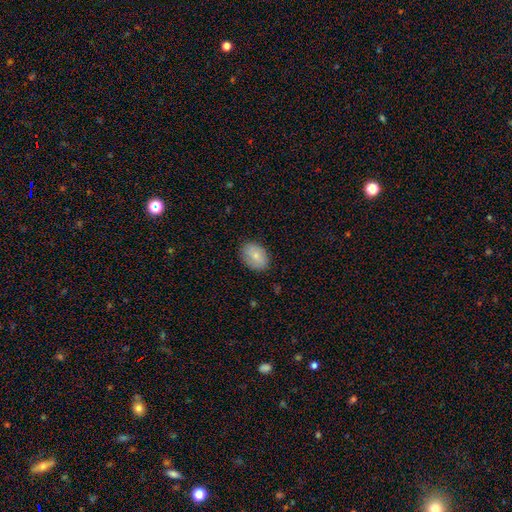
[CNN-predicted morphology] smooth-or-featured: smooth: 78% | featured or disk: 15% | star or artifact: 7%
  how-rounded: in between: 78% | round: 21% | cigar-shaped: 1%
  merging: none: 84% | minor disturbance: 13% | major disturbance: 3% | merger: 1%